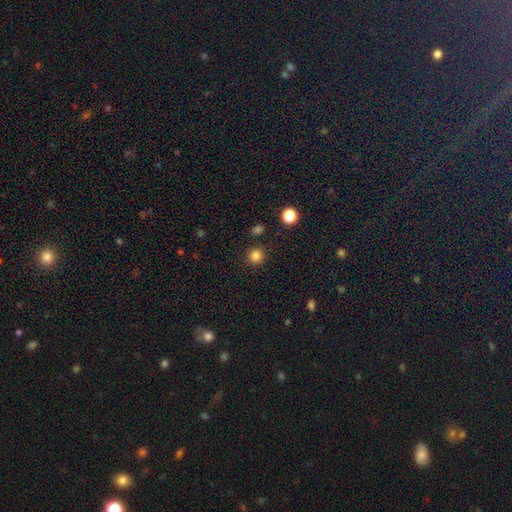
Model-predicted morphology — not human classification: This is clearly a smooth galaxy (83%). How rounded: clearly round (94%). Merging: clearly none (90%).